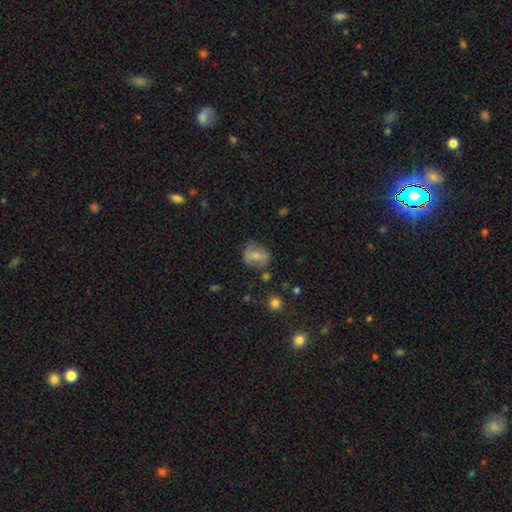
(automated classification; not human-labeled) Smooth or featured?
  - smooth: 59% *
  - featured or disk: 33%
  - star or artifact: 9%
How rounded?
  - round: 49% * (tied)
  - in between: 49% * (tied)
  - cigar-shaped: 2%
Merging?
  - none: 67% *
  - minor disturbance: 22%
  - major disturbance: 7%
  - merger: 4%